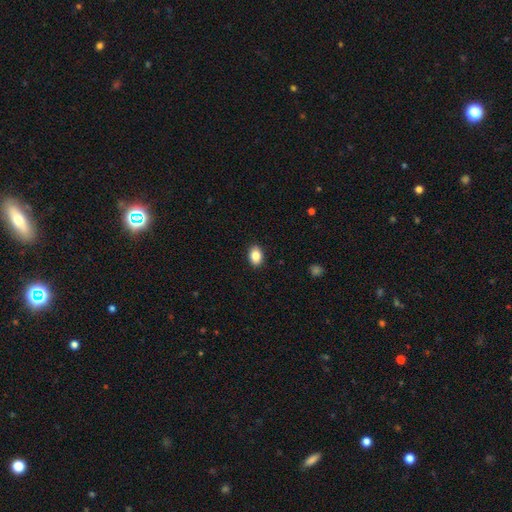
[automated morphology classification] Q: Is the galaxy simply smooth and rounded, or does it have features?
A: smooth — 86%.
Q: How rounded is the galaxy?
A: in between — 80%.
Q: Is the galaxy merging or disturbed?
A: none — 90%.